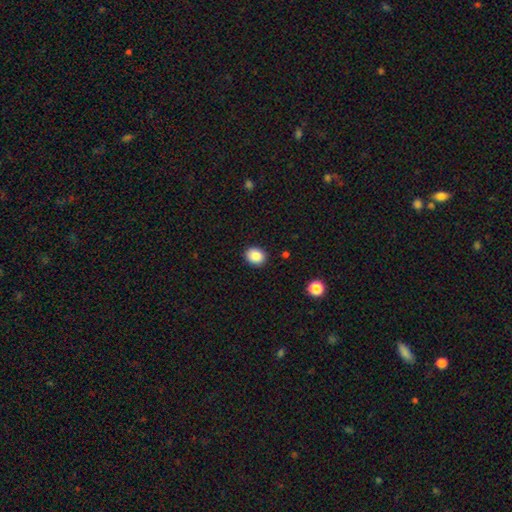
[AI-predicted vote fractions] smooth 87%, star or artifact 9%, featured or disk 4%. Down the decision tree: how rounded — round (63%); merging — none (90%).